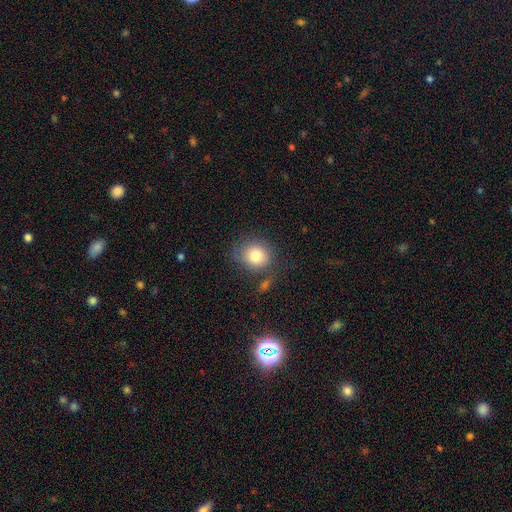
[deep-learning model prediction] Smooth or featured?
  - smooth: 79% *
  - featured or disk: 11%
  - star or artifact: 10%
How rounded?
  - round: 76% *
  - in between: 23%
  - cigar-shaped: 1%
Merging?
  - none: 69% *
  - minor disturbance: 18%
  - major disturbance: 7%
  - merger: 6%